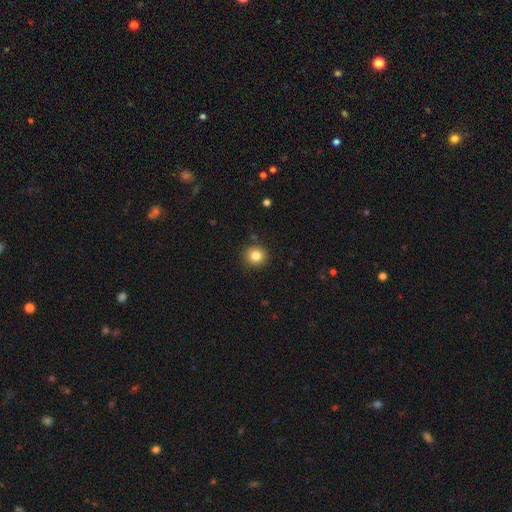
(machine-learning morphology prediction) smooth 83%, star or artifact 11%, featured or disk 6%. Down the decision tree: how rounded — round (90%); merging — none (89%).